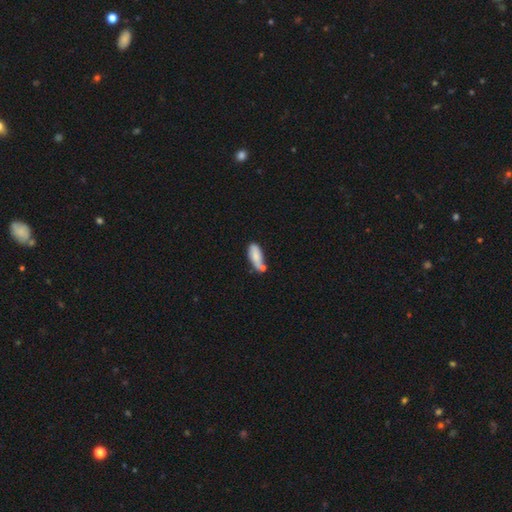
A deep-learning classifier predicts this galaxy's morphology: type=smooth (78%); roundness=in between (71%); merging=none (44%).